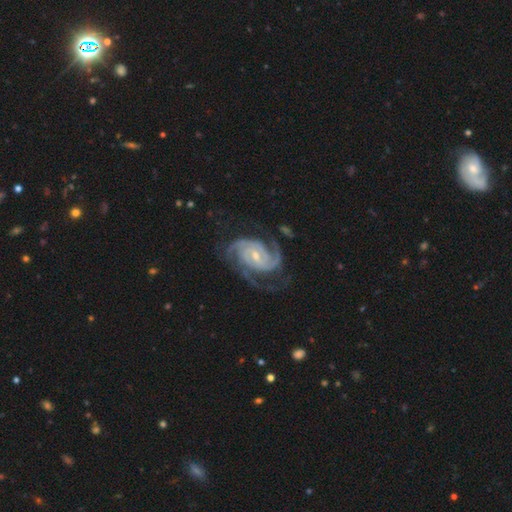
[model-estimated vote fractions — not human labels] Smooth or featured? Predicted: featured or disk (p=0.93). Edge-on disk? Predicted: no (p=0.98). Bar? Predicted: weak (p=0.44). Spiral arms? Predicted: yes (p=0.99). Spiral winding? Predicted: tight (p=0.57). Spiral arm count? Predicted: 3 (p=0.35, tied with 2). Bulge size? Predicted: small (p=0.60). Merging? Predicted: none (p=0.69).